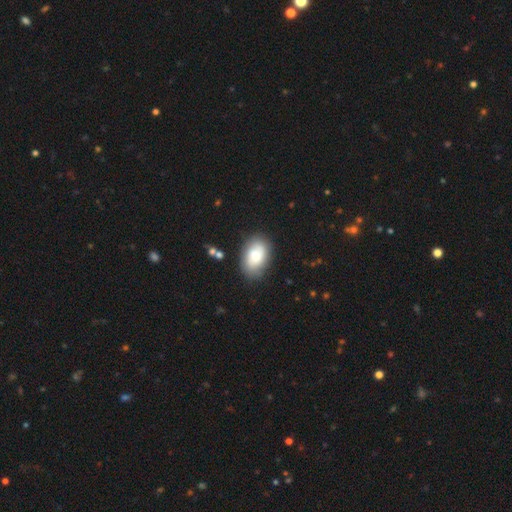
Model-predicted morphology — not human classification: A smooth galaxy with no disk features (73%) that is in between round and cigar-shaped (88%). Merging: none (78%).